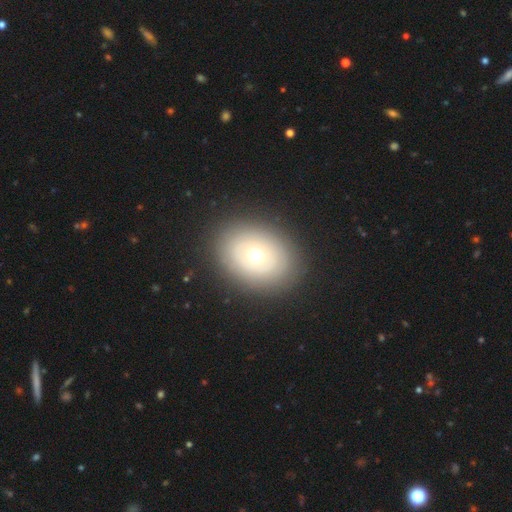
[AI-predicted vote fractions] Smooth or featured: smooth — 49% (featured or disk — 43%)
Merging: none — 85% (minor disturbance — 9%)